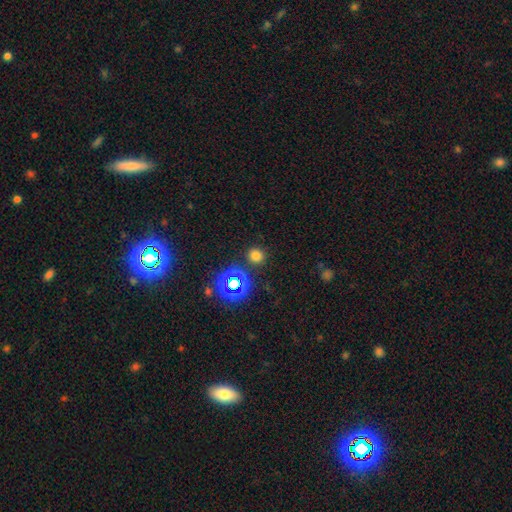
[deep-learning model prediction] A smooth galaxy with no disk features (71%) that is round (87%). Merging: none (86%).